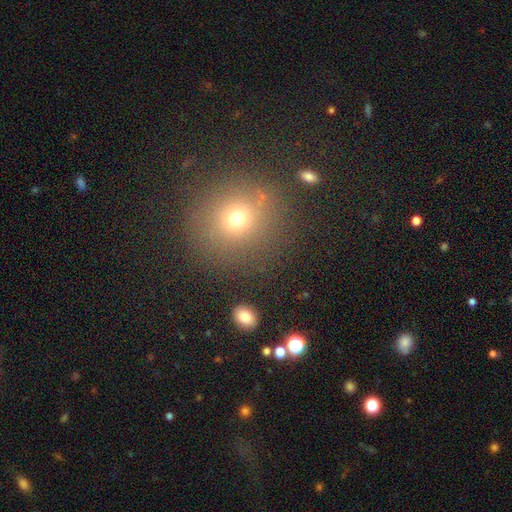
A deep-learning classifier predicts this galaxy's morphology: Overall: smooth (61%; star or artifact 27%). How rounded: round (89%). Merging: none (84%).